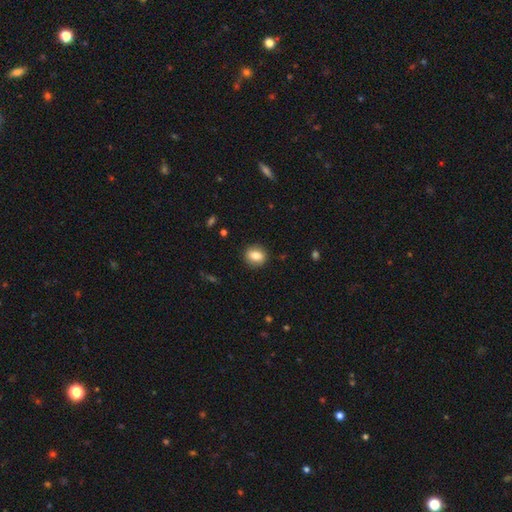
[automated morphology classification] Overall: smooth (79%). How rounded: round (64%; in between 34%). Merging: none (88%).